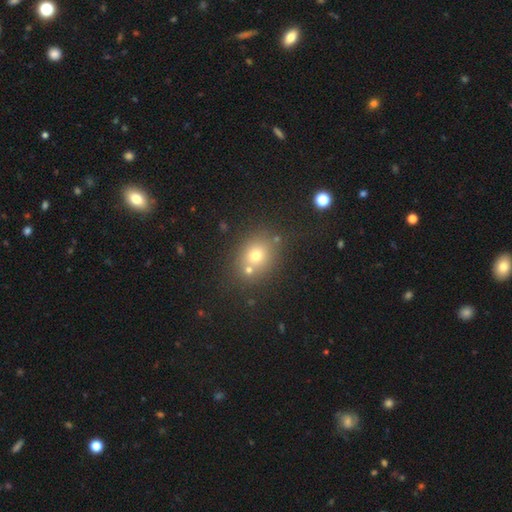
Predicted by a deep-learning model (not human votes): A smooth galaxy with no disk features (68%) that is round (64%). Merging: none (66%).